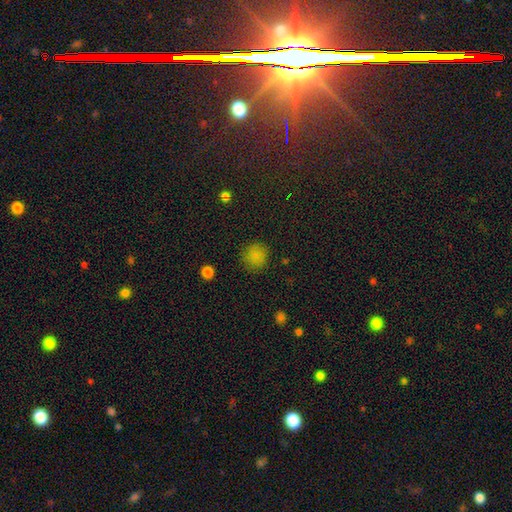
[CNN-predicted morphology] smooth-or-featured: smooth: 81% | star or artifact: 14% | featured or disk: 4%
  how-rounded: round: 91% | in between: 8% | cigar-shaped: 1%
  merging: none: 85% | minor disturbance: 10% | major disturbance: 3% | merger: 1%